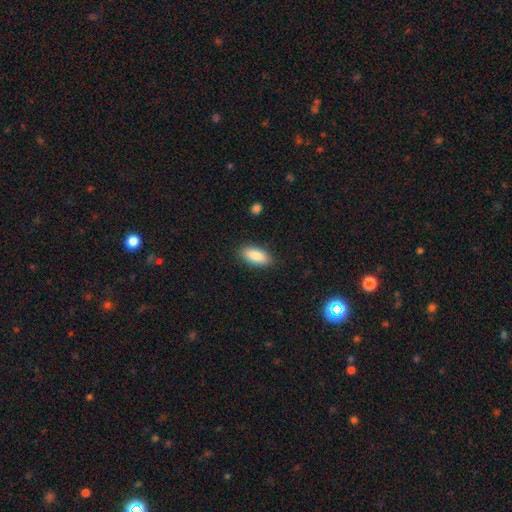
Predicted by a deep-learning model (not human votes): smooth_or_featured: smooth (p=0.87) [alt: featured or disk p=0.06]
how_rounded: in between (p=0.89) [alt: cigar-shaped p=0.09]
merging: none (p=0.88) [alt: minor disturbance p=0.09]